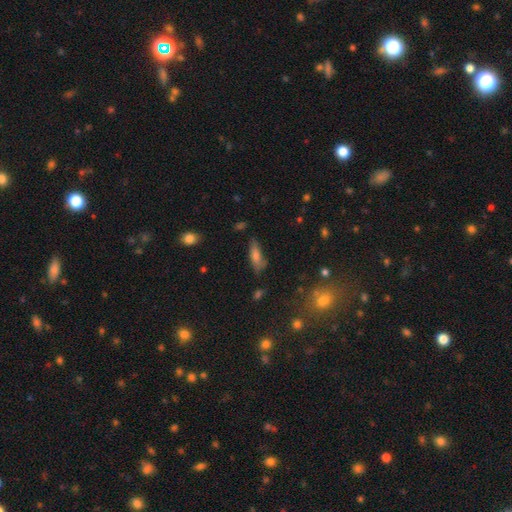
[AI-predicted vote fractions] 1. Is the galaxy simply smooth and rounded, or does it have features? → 68% smooth, 23% featured or disk, 9% star or artifact.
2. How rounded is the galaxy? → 54% in between, 44% cigar-shaped, 3% round.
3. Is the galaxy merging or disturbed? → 63% none, 26% minor disturbance, 7% major disturbance, 4% merger.